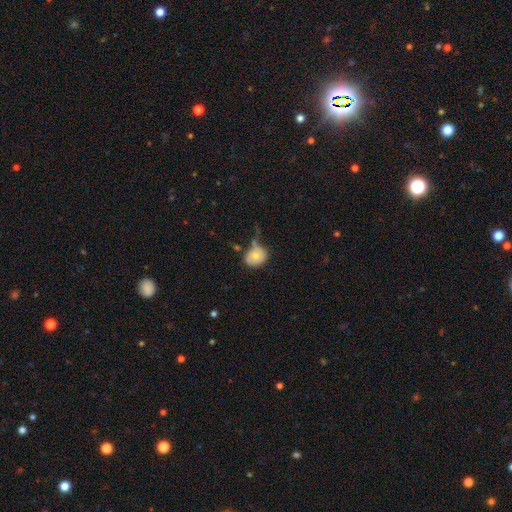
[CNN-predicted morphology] smooth 68%, featured or disk 24%, star or artifact 8%. Down the decision tree: how rounded — round (54%); merging — none (35%).